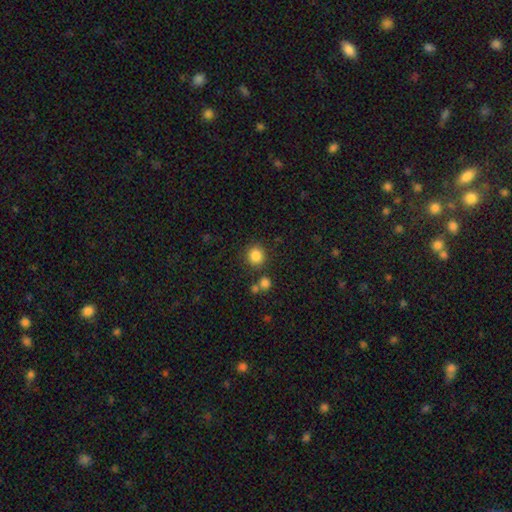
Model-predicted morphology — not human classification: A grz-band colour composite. It shows a smooth galaxy with no disk features (85%) that is round (88%). Merging: none (83%).